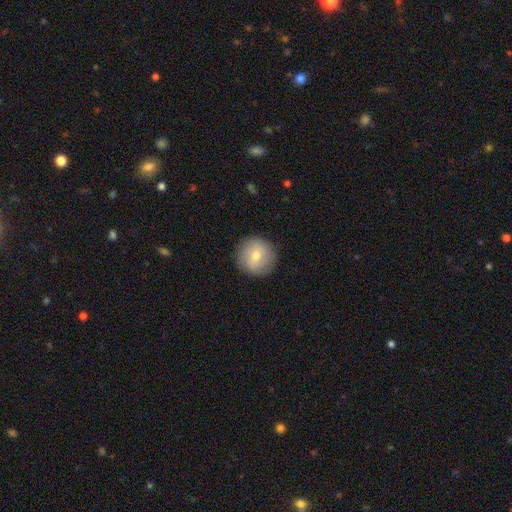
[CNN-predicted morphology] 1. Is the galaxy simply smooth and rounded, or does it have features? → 65% smooth, 26% featured or disk, 9% star or artifact.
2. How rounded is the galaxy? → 95% round, 4% in between, 1% cigar-shaped.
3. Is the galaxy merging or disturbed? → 90% none, 7% minor disturbance, 2% major disturbance, 1% merger.